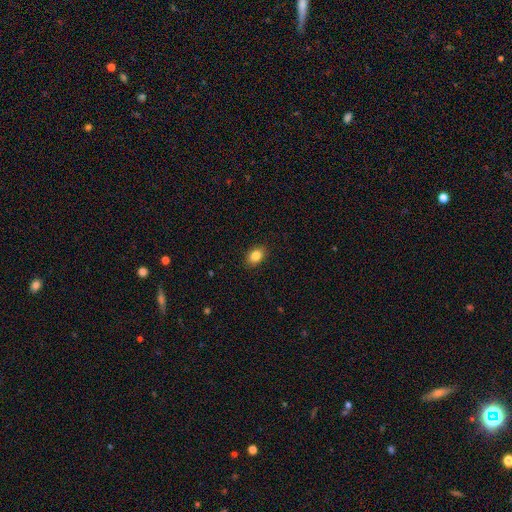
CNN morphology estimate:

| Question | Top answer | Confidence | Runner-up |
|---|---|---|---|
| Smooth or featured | smooth | 84% | star or artifact (9%) |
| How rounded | in between | 77% | round (21%) |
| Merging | none | 89% | minor disturbance (8%) |